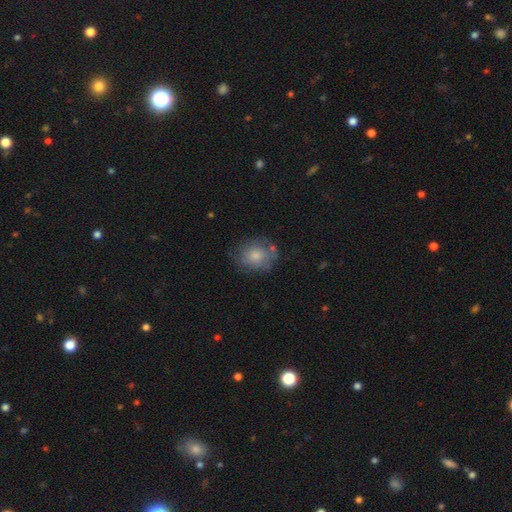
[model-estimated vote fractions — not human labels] Overall: smooth (72%). How rounded: round (62%; in between 37%). Merging: none (64%).